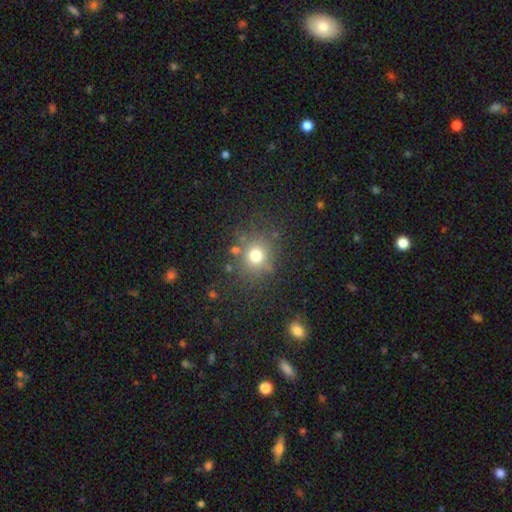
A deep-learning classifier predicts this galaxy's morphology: Smooth or featured? Predicted: smooth (p=0.73). How rounded? Predicted: round (p=0.82). Merging? Predicted: none (p=0.77).